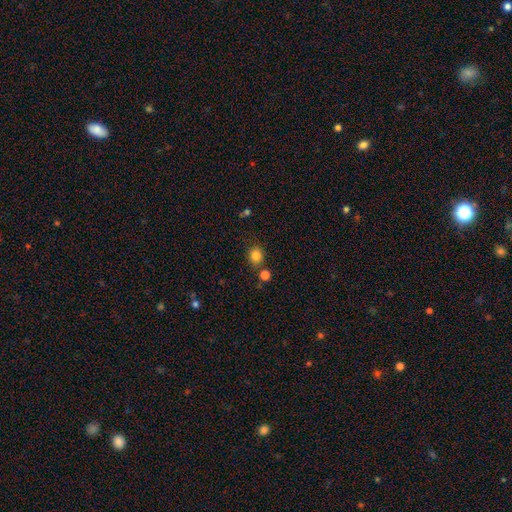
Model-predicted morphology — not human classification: Smooth or featured? Predicted: smooth (p=0.82). How rounded? Predicted: round (p=0.79). Merging? Predicted: none (p=0.77).